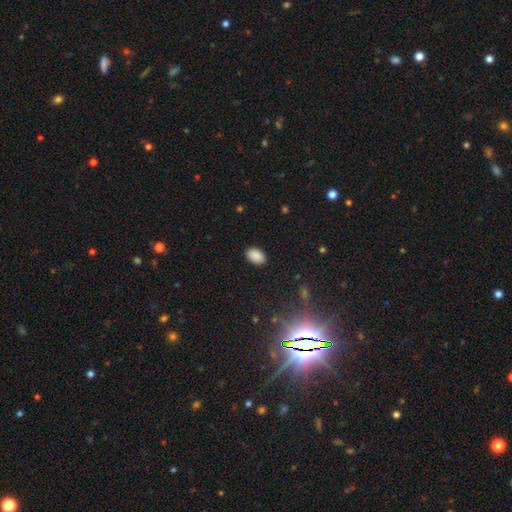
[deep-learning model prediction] smooth-or-featured: smooth: 88% | star or artifact: 9% | featured or disk: 4%
  how-rounded: in between: 90% | round: 9% | cigar-shaped: 1%
  merging: none: 88% | minor disturbance: 9% | major disturbance: 2% | merger: 1%